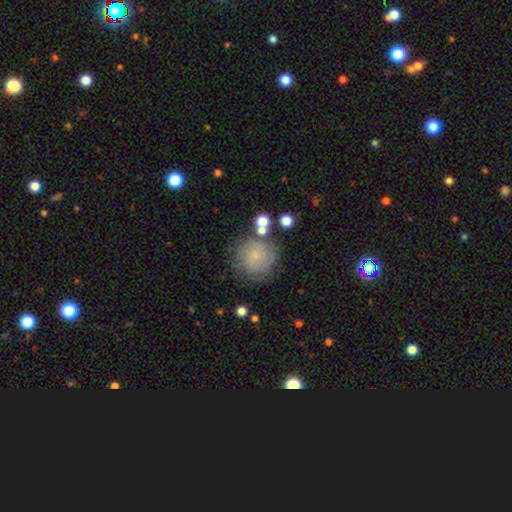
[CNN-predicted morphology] Smooth or featured? Predicted: smooth (p=0.56). How rounded? Predicted: round (p=0.91). Merging? Predicted: none (p=0.68).